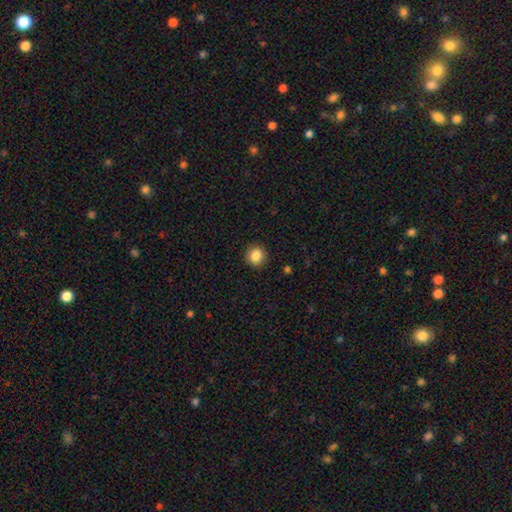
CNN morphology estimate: Smooth or featured? smooth (86%)
How rounded? round (88%)
Merging? none (91%)